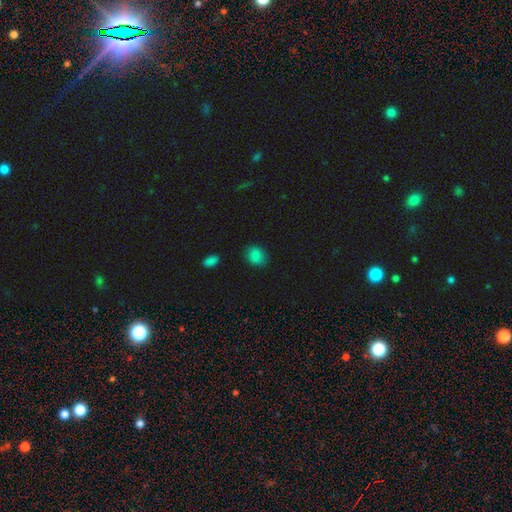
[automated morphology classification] Smooth or featured? Predicted: smooth (p=0.85). How rounded? Predicted: round (p=0.53). Merging? Predicted: none (p=0.83).